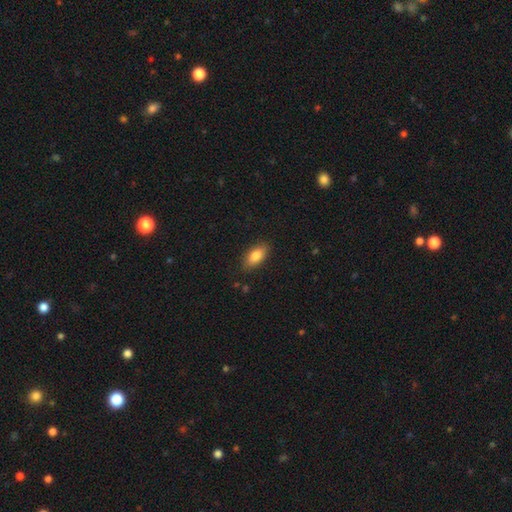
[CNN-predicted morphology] A smooth galaxy with no disk features (84%) that is in between round and cigar-shaped (89%).

Vote fractions:
- Smooth or featured? smooth: 84% / featured or disk: 9% / star or artifact: 7%
- How rounded? in between: 89% / cigar-shaped: 8% / round: 3%
- Merging? none: 85% / minor disturbance: 12% / major disturbance: 3% / merger: 1%